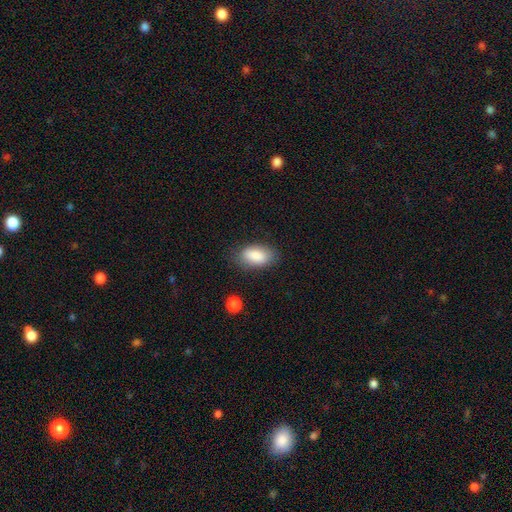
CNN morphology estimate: Q: Smooth or featured?
A: smooth (87%); runner-up: featured or disk (7%)
Q: How rounded?
A: in between (93%); runner-up: round (4%)
Q: Merging?
A: none (79%); runner-up: minor disturbance (15%)